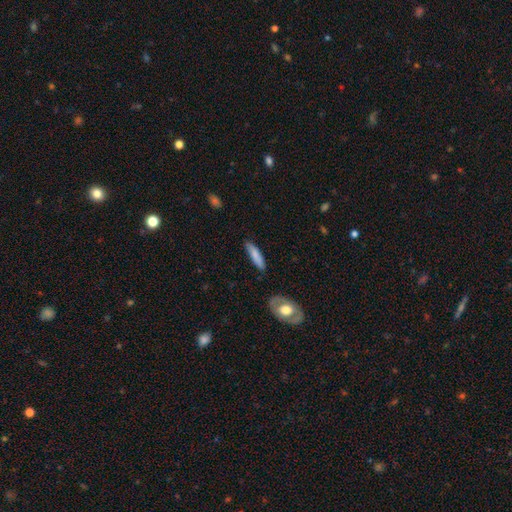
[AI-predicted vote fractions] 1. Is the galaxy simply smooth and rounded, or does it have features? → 76% smooth, 18% featured or disk, 6% star or artifact.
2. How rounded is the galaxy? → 73% cigar-shaped, 25% in between, 2% round.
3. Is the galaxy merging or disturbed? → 83% none, 12% minor disturbance, 2% major disturbance, 2% merger.